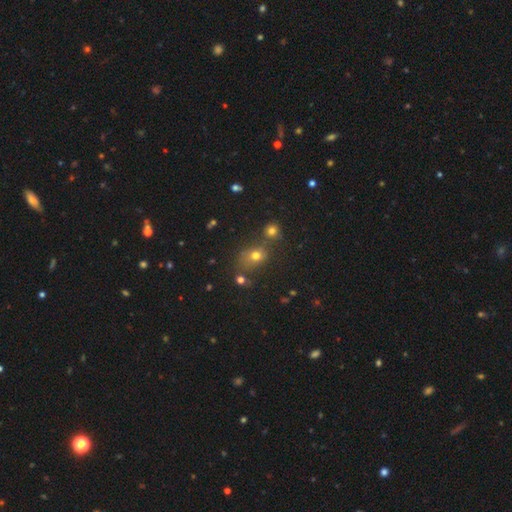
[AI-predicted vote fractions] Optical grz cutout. It shows a smooth galaxy with no disk features (68%) that is round (56%). Merging: none (53%).